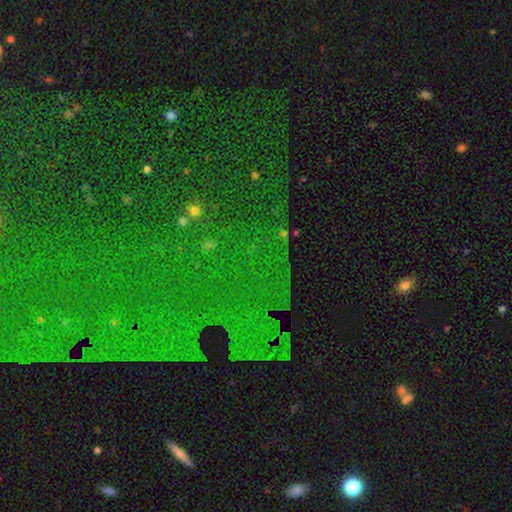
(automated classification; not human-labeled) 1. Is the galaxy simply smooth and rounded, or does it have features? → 80% star or artifact, 10% smooth, 10% featured or disk.